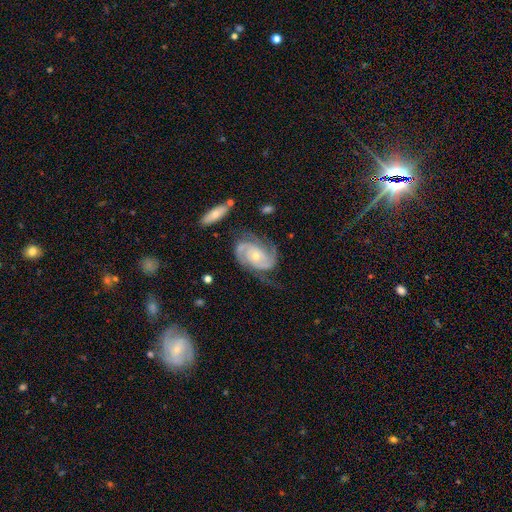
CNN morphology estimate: Smooth or featured: featured or disk — 89% (smooth — 6%)
Edge-on disk: no — 97% (yes — 3%)
Bar: no — 69% (weak — 23%)
Spiral arms: yes — 97% (no — 3%)
Spiral winding: tight — 52% (medium — 39%)
Spiral arm count: 2 — 69% (3 — 16%)
Bulge size: small — 52% (moderate — 44%)
Merging: none — 64% (minor disturbance — 21%)